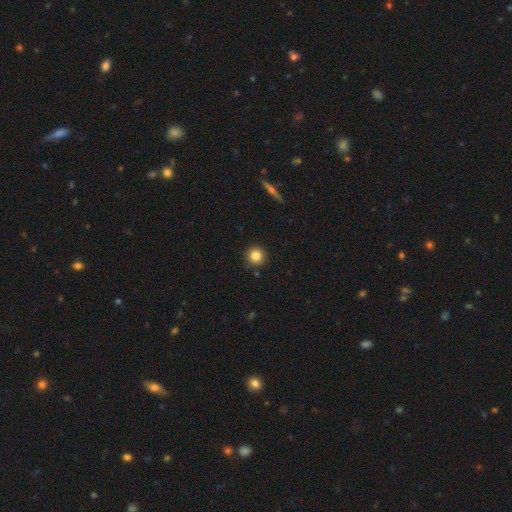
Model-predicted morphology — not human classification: Smooth or featured? Predicted: smooth (p=0.84). How rounded? Predicted: round (p=0.95). Merging? Predicted: none (p=0.91).